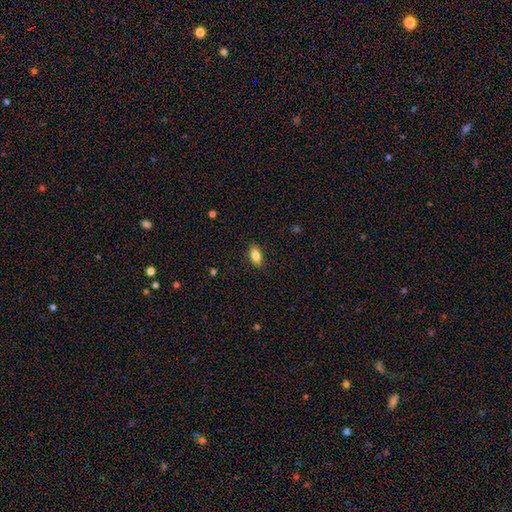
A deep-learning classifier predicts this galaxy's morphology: smooth_or_featured: smooth (p=0.84) [alt: featured or disk p=0.08]
how_rounded: in between (p=0.89) [alt: cigar-shaped p=0.06]
merging: none (p=0.87) [alt: minor disturbance p=0.09]